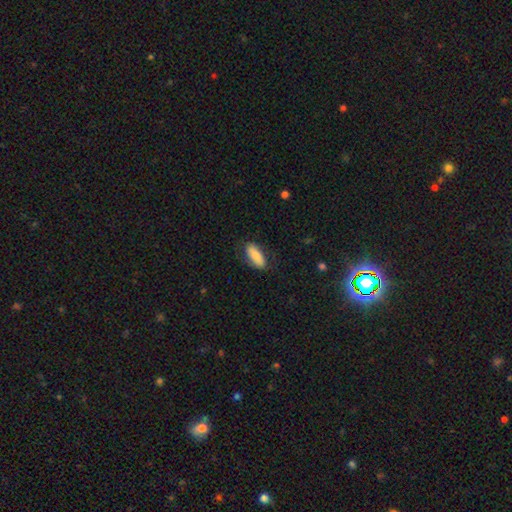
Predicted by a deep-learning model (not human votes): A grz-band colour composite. It shows a smooth galaxy with no disk features (78%) that is in between round and cigar-shaped (81%). Merging: none (76%).